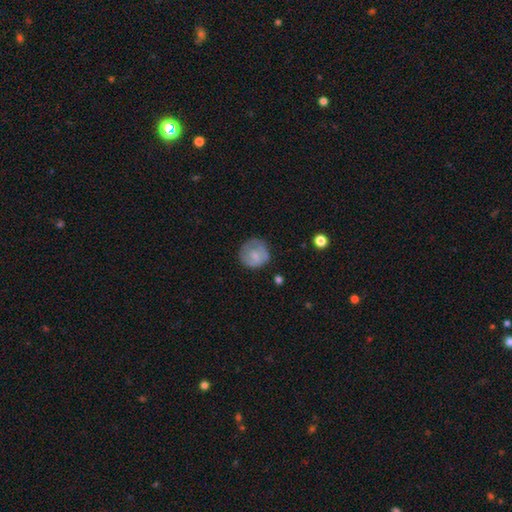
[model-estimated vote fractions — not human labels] Q: Smooth or featured?
A: smooth (65%); runner-up: featured or disk (28%)
Q: How rounded?
A: round (89%); runner-up: in between (10%)
Q: Merging?
A: none (67%); runner-up: minor disturbance (22%)